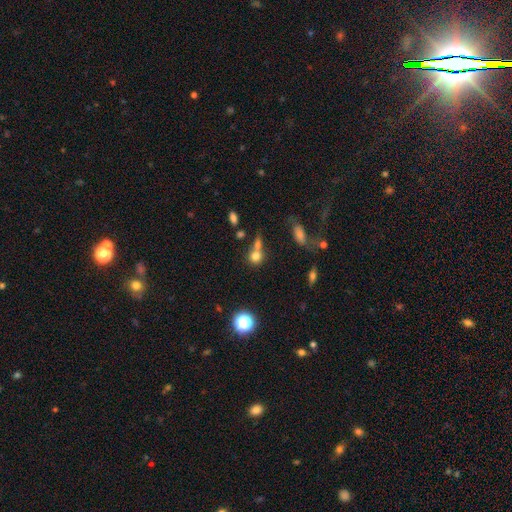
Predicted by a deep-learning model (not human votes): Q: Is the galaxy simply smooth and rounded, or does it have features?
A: smooth — 70%.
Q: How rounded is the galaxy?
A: round — 81%.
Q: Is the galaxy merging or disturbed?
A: none — 43%.